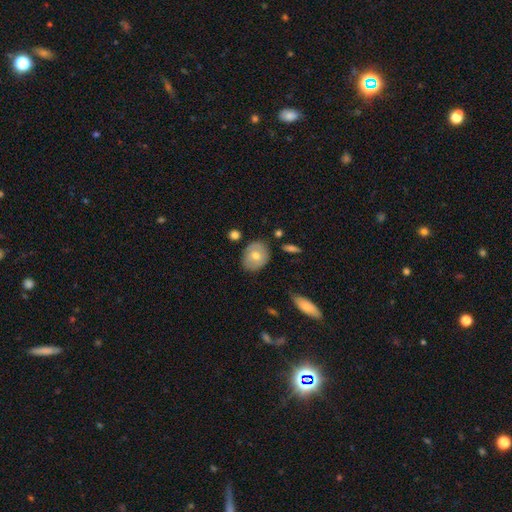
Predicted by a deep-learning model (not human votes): Smooth or featured?
  - smooth: 56% *
  - featured or disk: 37%
  - star or artifact: 7%
How rounded?
  - in between: 50% *
  - round: 48%
  - cigar-shaped: 1%
Merging?
  - none: 76% *
  - minor disturbance: 17%
  - major disturbance: 4%
  - merger: 3%